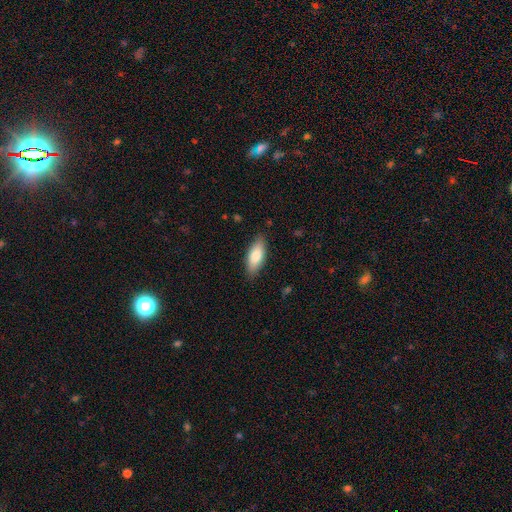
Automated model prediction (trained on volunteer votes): Q: Smooth or featured?
A: smooth (80%); runner-up: featured or disk (14%)
Q: How rounded?
A: in between (78%); runner-up: cigar-shaped (20%)
Q: Merging?
A: none (85%); runner-up: minor disturbance (11%)